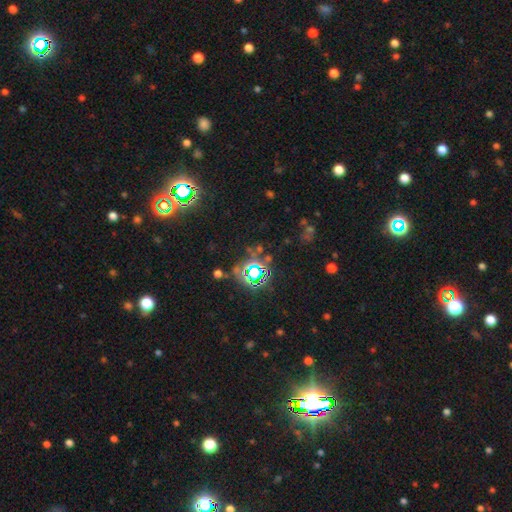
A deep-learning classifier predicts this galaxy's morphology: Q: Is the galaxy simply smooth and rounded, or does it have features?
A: star or artifact — 78%.